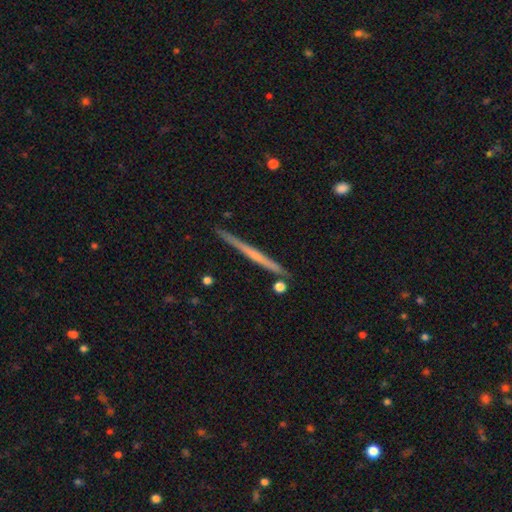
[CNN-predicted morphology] smooth-or-featured: featured or disk: 61% | smooth: 33% | star or artifact: 6%
  disk-edge-on: yes: 98% | no: 2%
    edge-on-bulge: none: 72% | rounded: 23% | boxy: 5%
  merging: none: 88% | minor disturbance: 8% | merger: 2% | major disturbance: 2%